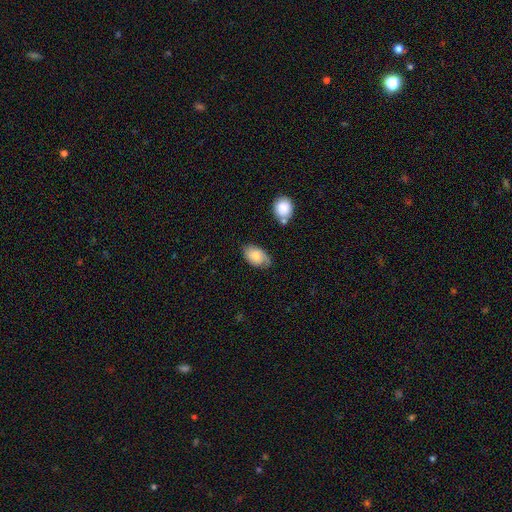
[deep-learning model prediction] Smooth or featured? smooth (64%)
How rounded? in between (89%)
Merging? none (62%)